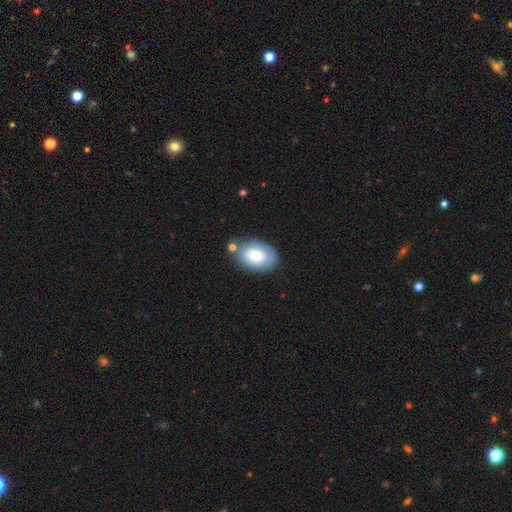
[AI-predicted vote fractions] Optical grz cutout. It shows a smooth galaxy with no disk features (74%) that is in between round and cigar-shaped (87%). Merging: none (68%).